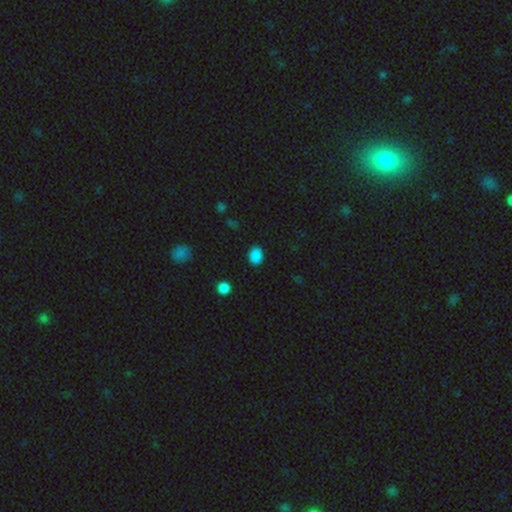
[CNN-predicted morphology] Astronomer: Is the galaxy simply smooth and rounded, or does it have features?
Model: smooth — 86%.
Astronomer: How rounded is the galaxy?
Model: in between — 65%.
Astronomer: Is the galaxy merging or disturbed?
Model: none — 88%.